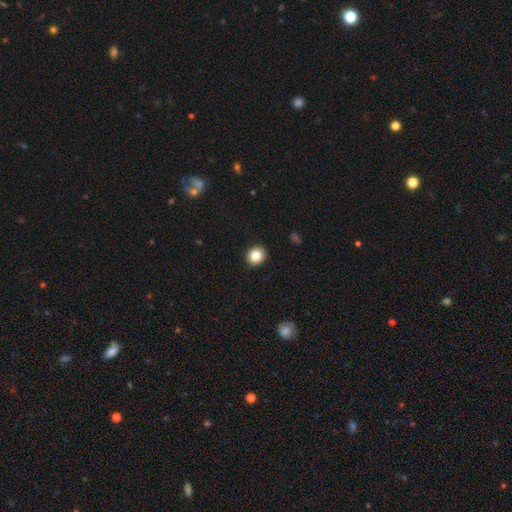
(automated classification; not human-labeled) Q: Smooth or featured?
A: smooth (84%); runner-up: star or artifact (10%)
Q: How rounded?
A: round (82%); runner-up: in between (17%)
Q: Merging?
A: none (93%); runner-up: minor disturbance (5%)